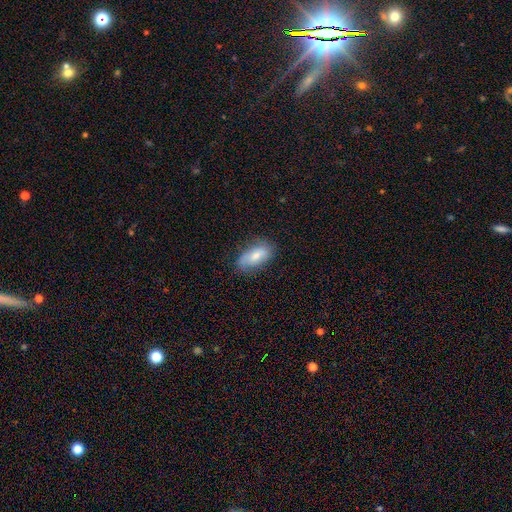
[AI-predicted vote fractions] This appears to be a smooth galaxy with no disk features (75%) that is in between round and cigar-shaped (86%). Merging: none (73%).